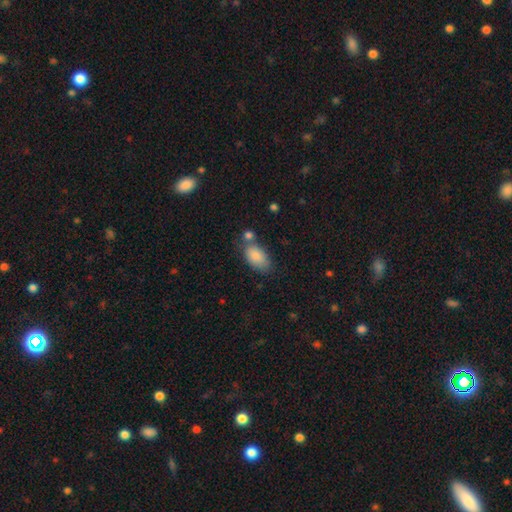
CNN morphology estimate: A smooth galaxy with no disk features (86%) that is in between round and cigar-shaped (93%). Merging: none (57%).